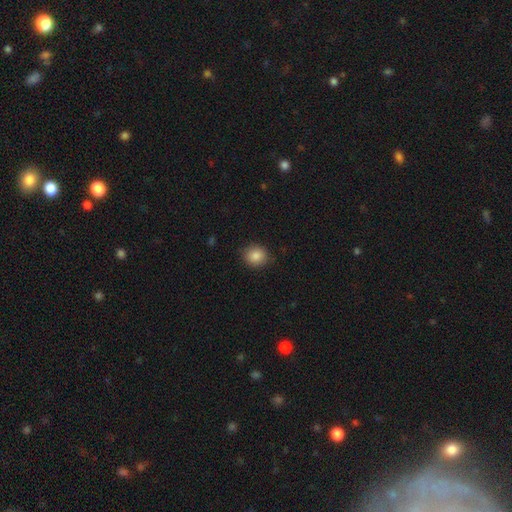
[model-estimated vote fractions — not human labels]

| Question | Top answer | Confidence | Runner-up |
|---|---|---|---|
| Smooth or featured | smooth | 86% | star or artifact (9%) |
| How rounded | round | 78% | in between (21%) |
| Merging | none | 86% | minor disturbance (11%) |